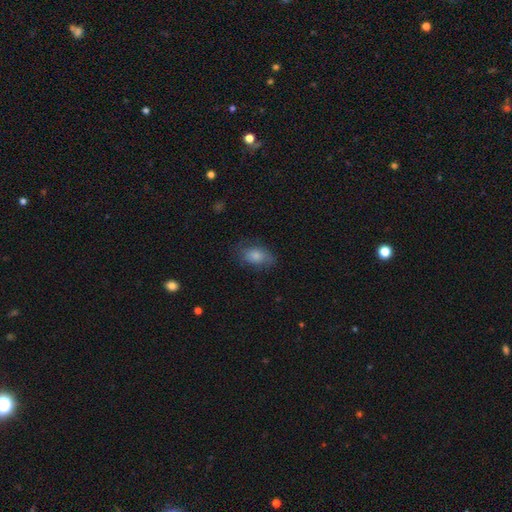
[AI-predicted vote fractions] A smooth galaxy with no disk features (78%) that is in between round and cigar-shaped (87%).

Vote fractions:
- Smooth or featured? smooth: 78% / featured or disk: 14% / star or artifact: 8%
- How rounded? in between: 87% / round: 10% / cigar-shaped: 2%
- Merging? none: 64% / minor disturbance: 25% / major disturbance: 11% / merger: 1%